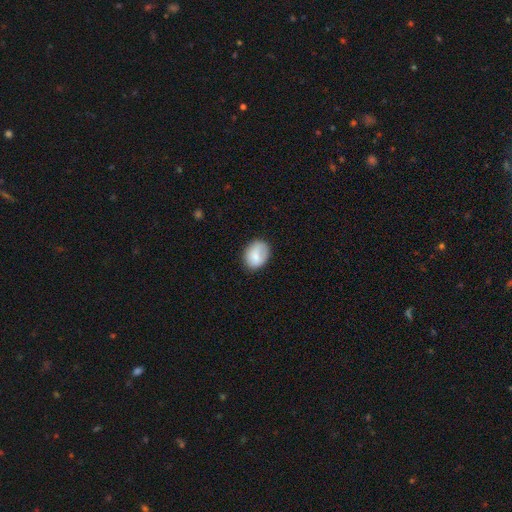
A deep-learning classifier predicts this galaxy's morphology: The model was most divided on "how rounded": in between: 62%, round: 37%, cigar-shaped: 1%. More confident: smooth or featured — smooth (82%); merging — none (73%).